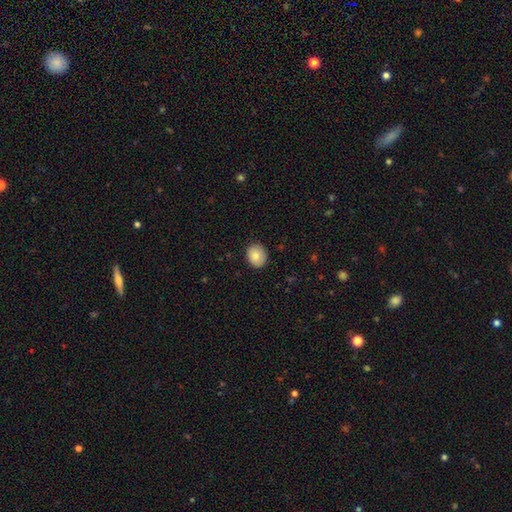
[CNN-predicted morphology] Q: Smooth or featured?
A: smooth (86%); runner-up: star or artifact (8%)
Q: How rounded?
A: round (65%); runner-up: in between (35%)
Q: Merging?
A: none (88%); runner-up: minor disturbance (9%)